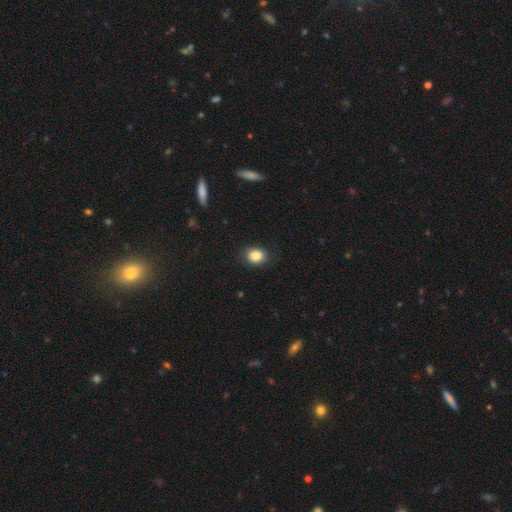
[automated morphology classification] This appears to be a smooth galaxy with no disk features (86%) that is round (56%). Merging: none (86%).